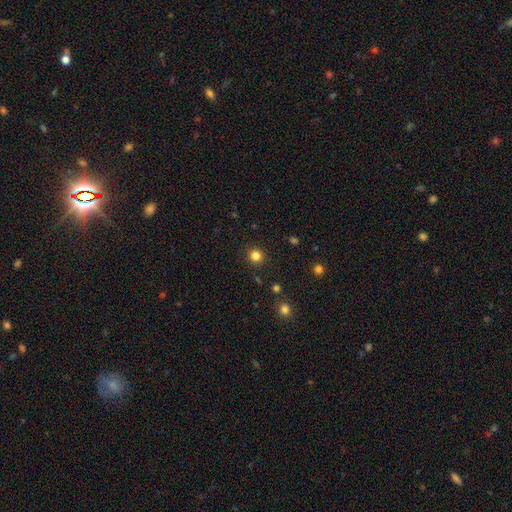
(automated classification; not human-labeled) Smooth or featured: smooth — 82% (star or artifact — 14%)
How rounded: round — 93% (in between — 6%)
Merging: none — 91% (minor disturbance — 5%)